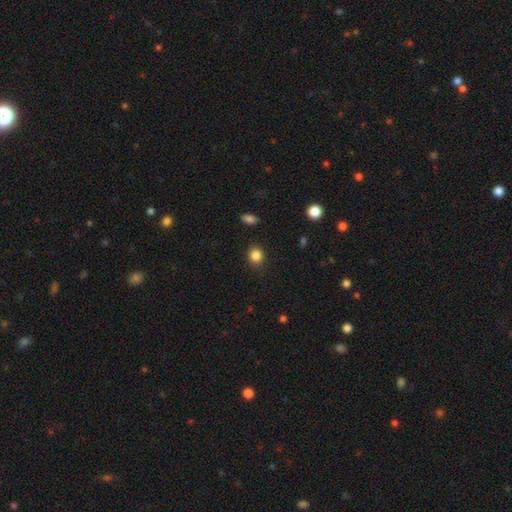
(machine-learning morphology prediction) A smooth galaxy with no disk features (85%) that is round (79%). Merging: none (87%).